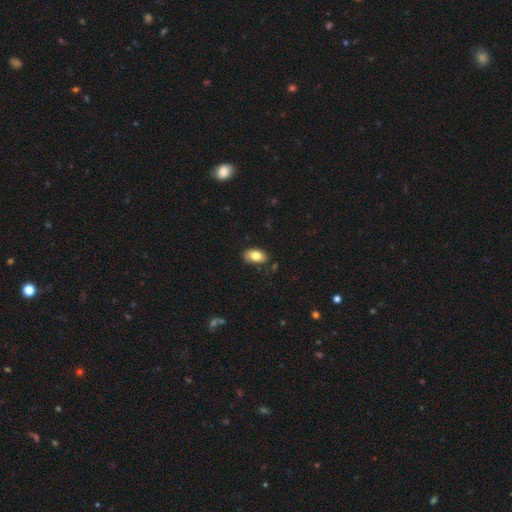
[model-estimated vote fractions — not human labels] smooth-or-featured: smooth: 81% | featured or disk: 11% | star or artifact: 8%
  how-rounded: in between: 92% | round: 6% | cigar-shaped: 2%
  merging: none: 81% | minor disturbance: 15% | major disturbance: 2% | merger: 2%